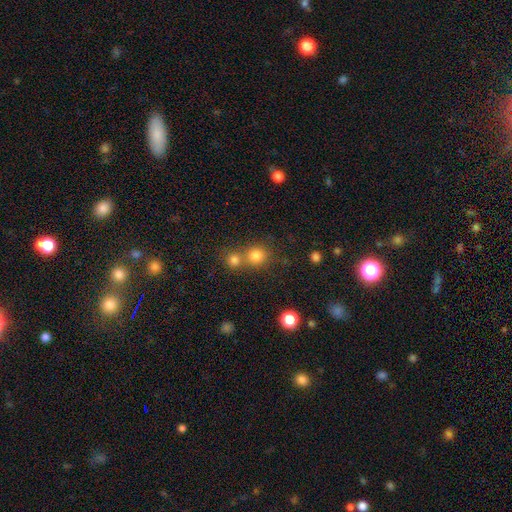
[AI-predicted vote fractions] Smooth or featured? smooth (80%)
How rounded? round (88%)
Merging? none (53%)